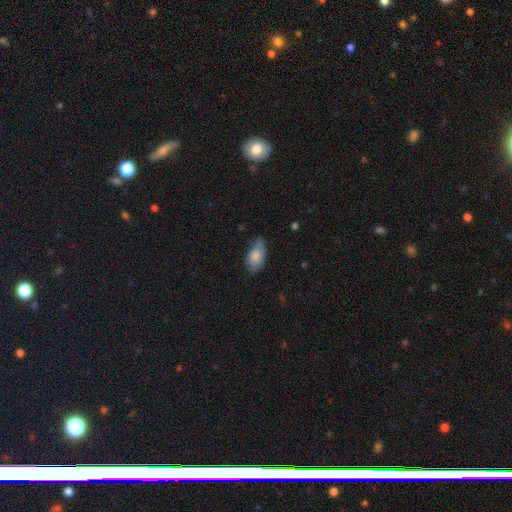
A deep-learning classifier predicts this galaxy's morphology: type=smooth (80%); roundness=in between (91%); merging=none (48%).